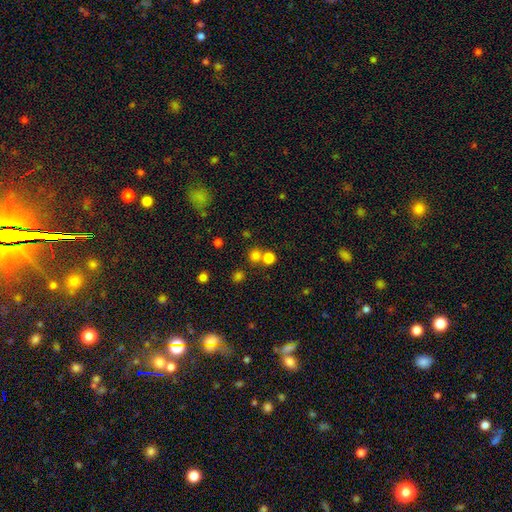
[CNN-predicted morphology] Smooth or featured?
  - smooth: 75% *
  - star or artifact: 18%
  - featured or disk: 7%
How rounded?
  - round: 89% *
  - in between: 10%
  - cigar-shaped: 1%
Merging?
  - none: 60% *
  - merger: 31%
  - minor disturbance: 6%
  - major disturbance: 3%